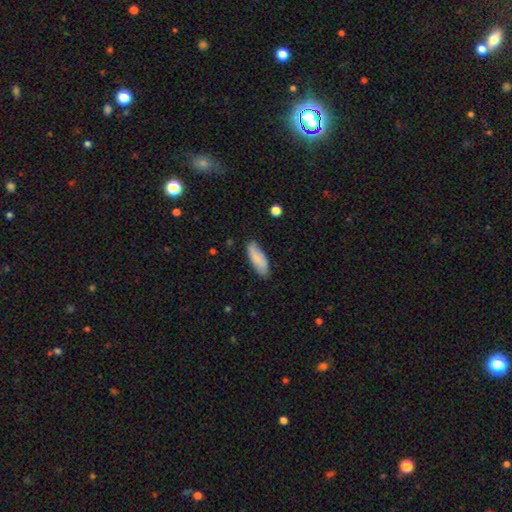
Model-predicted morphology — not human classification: The model was most divided on "how rounded": in between: 66%, cigar-shaped: 33%, round: 2%. More confident: merging — none (84%); smooth or featured — smooth (84%).